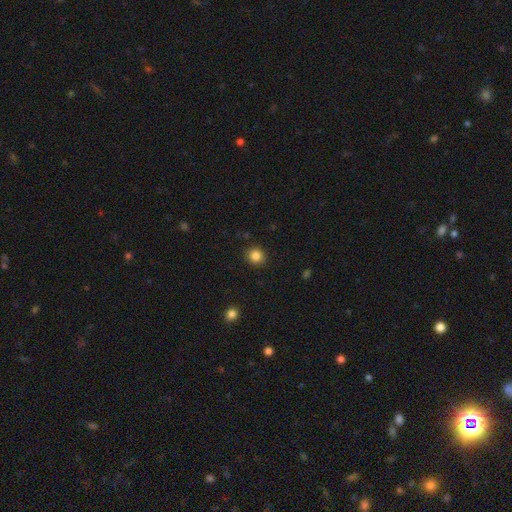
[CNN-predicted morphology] Smooth or featured?
  - smooth: 85% *
  - star or artifact: 11%
  - featured or disk: 4%
How rounded?
  - round: 89% *
  - in between: 10%
  - cigar-shaped: 1%
Merging?
  - none: 90% *
  - minor disturbance: 6%
  - major disturbance: 2%
  - merger: 1%